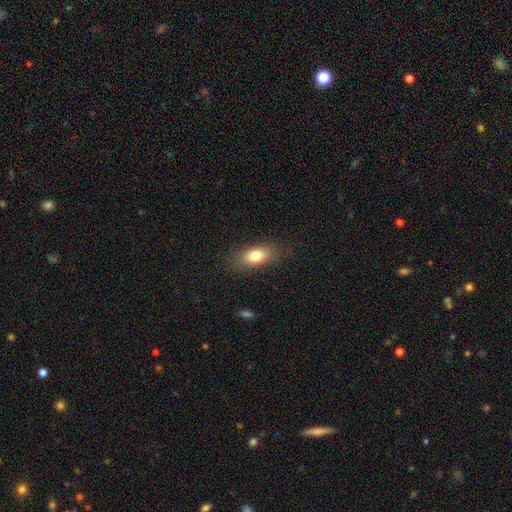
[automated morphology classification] Q: Smooth or featured?
A: smooth (79%); runner-up: featured or disk (13%)
Q: How rounded?
A: in between (84%); runner-up: cigar-shaped (9%)
Q: Merging?
A: none (82%); runner-up: minor disturbance (13%)